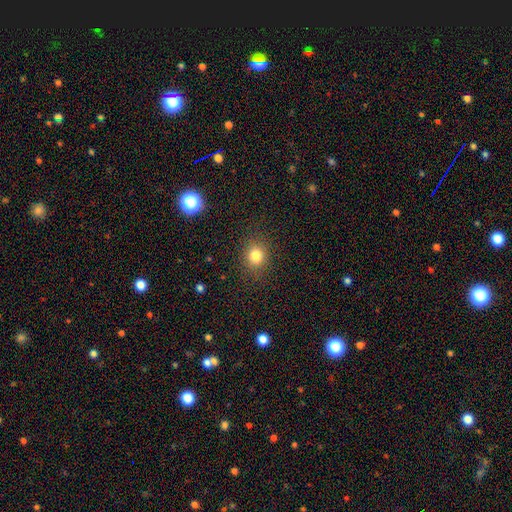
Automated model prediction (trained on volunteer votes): The model was most divided on "how rounded": round: 74%, in between: 25%, cigar-shaped: 1%. More confident: merging — none (87%); smooth or featured — smooth (81%).